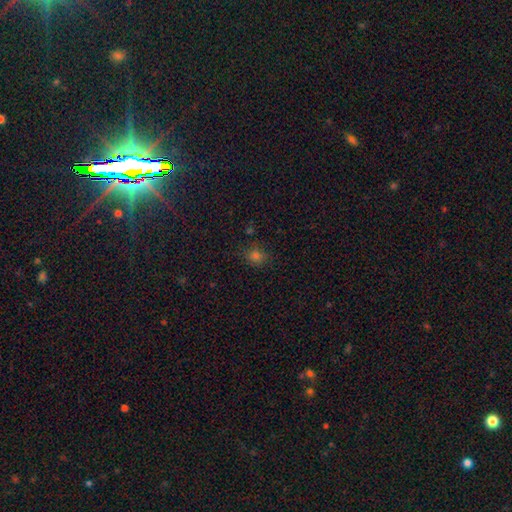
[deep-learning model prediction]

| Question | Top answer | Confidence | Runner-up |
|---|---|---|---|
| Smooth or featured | smooth | 71% | star or artifact (23%) |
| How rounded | round | 74% | in between (24%) |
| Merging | none | 82% | minor disturbance (13%) |